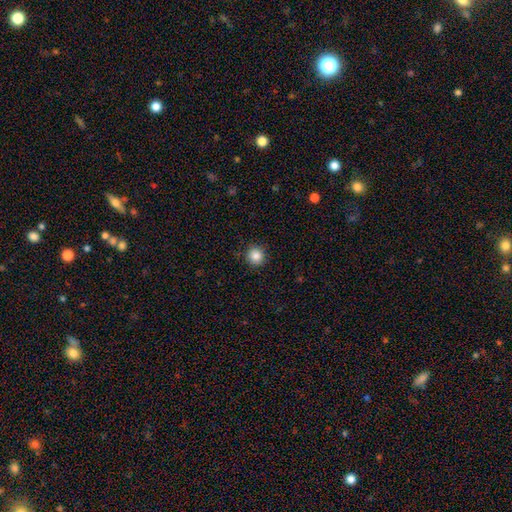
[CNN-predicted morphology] A smooth galaxy with no disk features (86%) that is round (94%). Merging: none (90%).